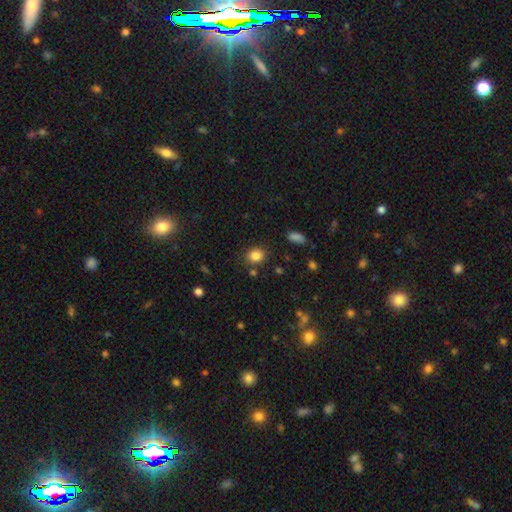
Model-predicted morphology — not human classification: This is clearly a smooth galaxy (84%). How rounded: likely round (68%). Merging: clearly none (83%).